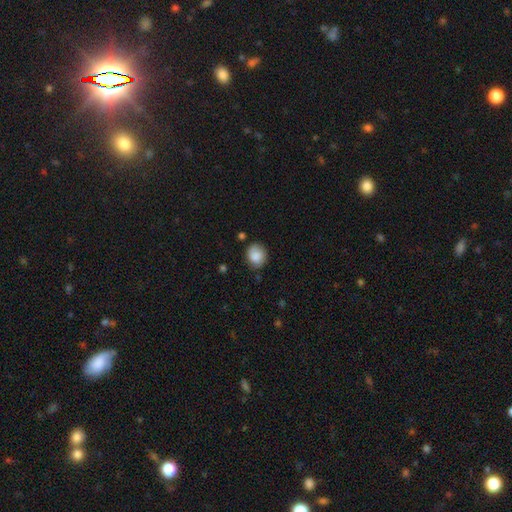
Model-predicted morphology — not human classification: Overall: smooth (84%). How rounded: round (65%; in between 34%). Merging: none (75%).